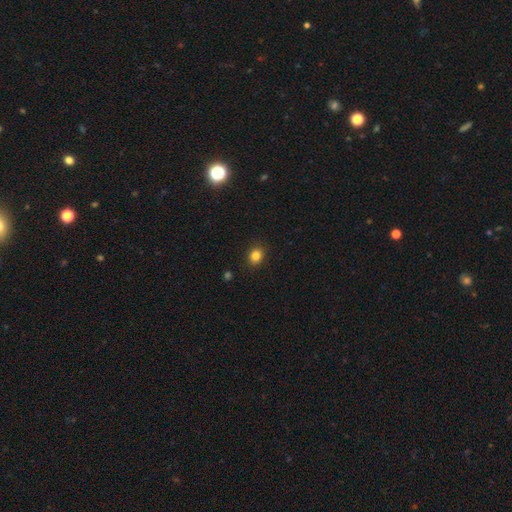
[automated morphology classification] The model was most divided on "how rounded": round: 68%, in between: 31%, cigar-shaped: 1%. More confident: merging — none (90%); smooth or featured — smooth (84%).